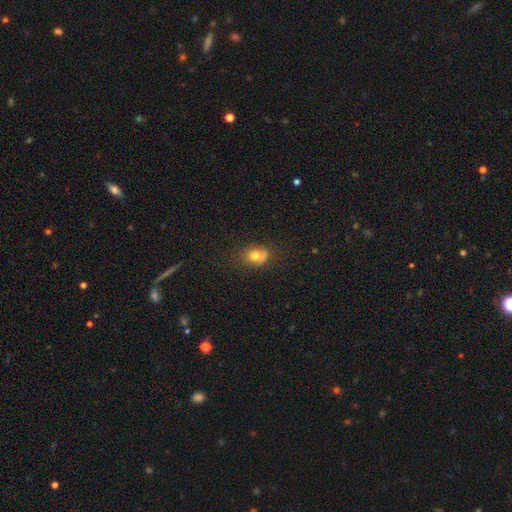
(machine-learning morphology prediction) smooth-or-featured: smooth: 74% | featured or disk: 14% | star or artifact: 12%
  how-rounded: in between: 56% | round: 43% | cigar-shaped: 1%
  merging: none: 58% | minor disturbance: 27% | major disturbance: 10% | merger: 5%